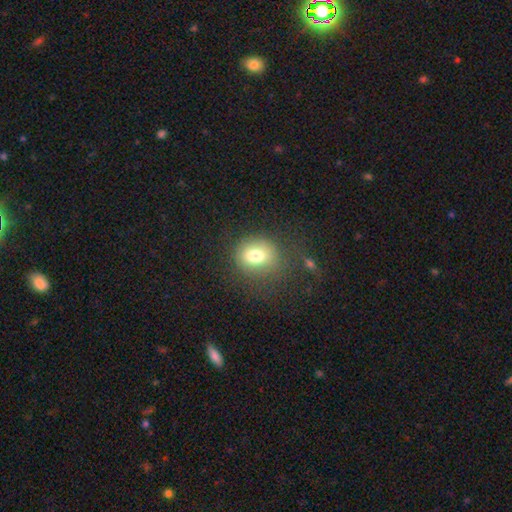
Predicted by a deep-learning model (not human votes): Overall: smooth (77%). How rounded: round (67%; in between 32%). Merging: none (75%).